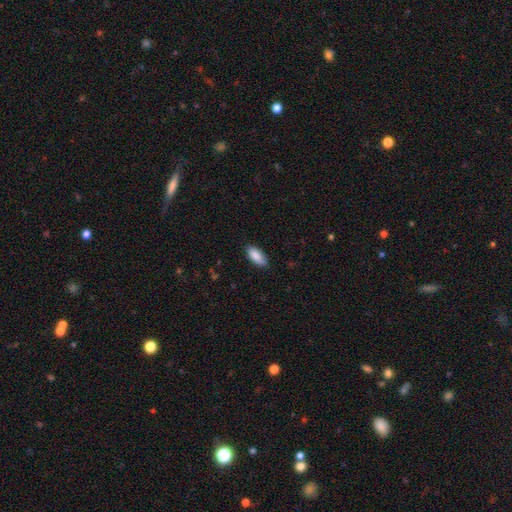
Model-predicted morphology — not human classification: Q: Smooth or featured?
A: smooth (88%); runner-up: star or artifact (6%)
Q: How rounded?
A: in between (88%); runner-up: cigar-shaped (10%)
Q: Merging?
A: none (84%); runner-up: minor disturbance (13%)